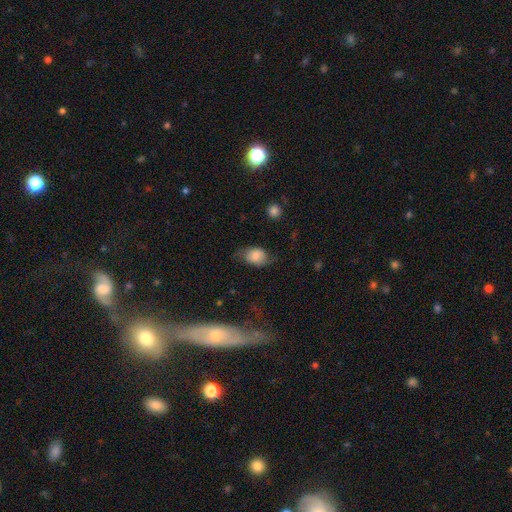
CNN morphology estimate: smooth_or_featured: smooth (p=0.73) [alt: featured or disk p=0.18]
how_rounded: in between (p=0.70) [alt: round p=0.29]
merging: none (p=0.53) [alt: minor disturbance p=0.31]